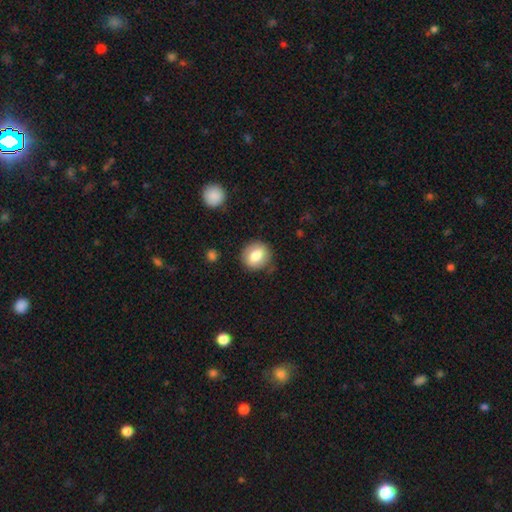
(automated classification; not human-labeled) The model was most divided on "how rounded": round: 81%, in between: 18%, cigar-shaped: 1%. More confident: merging — none (84%); smooth or featured — smooth (79%).